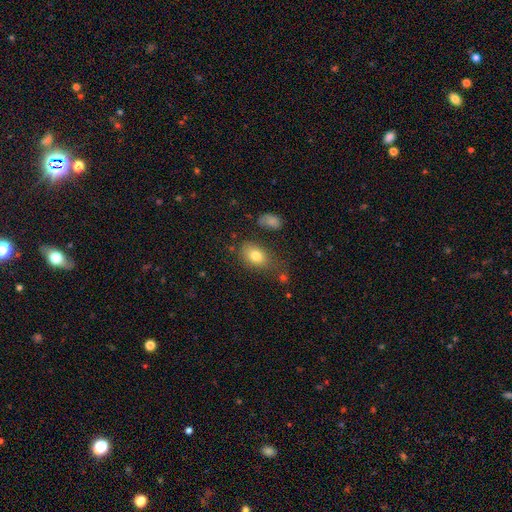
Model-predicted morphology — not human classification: smooth-or-featured: smooth: 79% | featured or disk: 12% | star or artifact: 10%
  how-rounded: in between: 82% | round: 16% | cigar-shaped: 2%
  merging: none: 64% | minor disturbance: 21% | major disturbance: 8% | merger: 7%